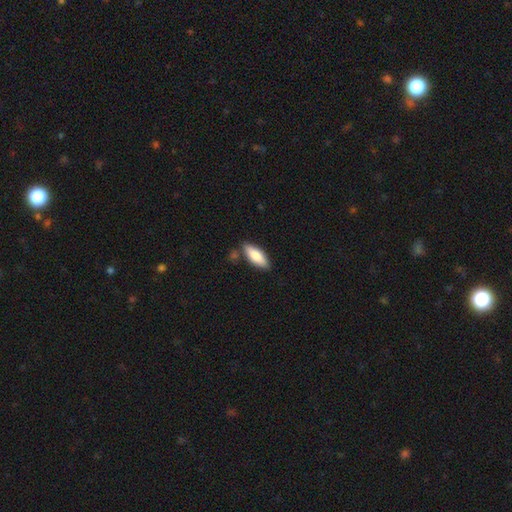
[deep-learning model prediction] A smooth galaxy with no disk features (78%) that is in between round and cigar-shaped (67%).

Vote fractions:
- Smooth or featured? smooth: 78% / featured or disk: 17% / star or artifact: 6%
- How rounded? in between: 67% / cigar-shaped: 31% / round: 2%
- Merging? none: 78% / minor disturbance: 13% / merger: 6% / major disturbance: 3%